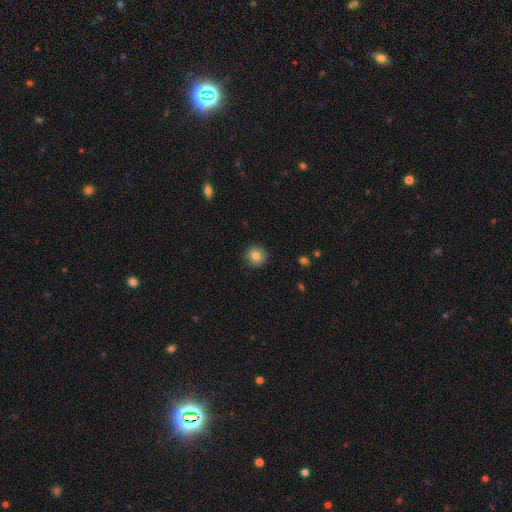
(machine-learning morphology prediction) A smooth galaxy with no disk features (83%) that is round (94%).

Vote fractions:
- Smooth or featured? smooth: 83% / star or artifact: 10% / featured or disk: 8%
- How rounded? round: 94% / in between: 5% / cigar-shaped: 1%
- Merging? none: 91% / minor disturbance: 6% / major disturbance: 2% / merger: 1%